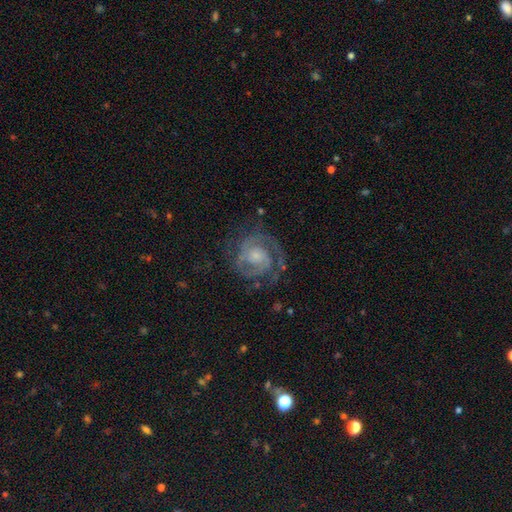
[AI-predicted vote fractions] Q: Smooth or featured?
A: featured or disk (88%); runner-up: smooth (6%)
Q: Edge-on disk?
A: no (98%); runner-up: yes (2%)
Q: Bar?
A: no (65%); runner-up: weak (29%)
Q: Spiral arms?
A: yes (97%); runner-up: no (3%)
Q: Spiral winding?
A: tight (59%); runner-up: medium (34%)
Q: Spiral arm count?
A: 2 (69%); runner-up: 3 (12%)
Q: Bulge size?
A: small (58%); runner-up: moderate (29%)
Q: Merging?
A: none (71%); runner-up: minor disturbance (17%)